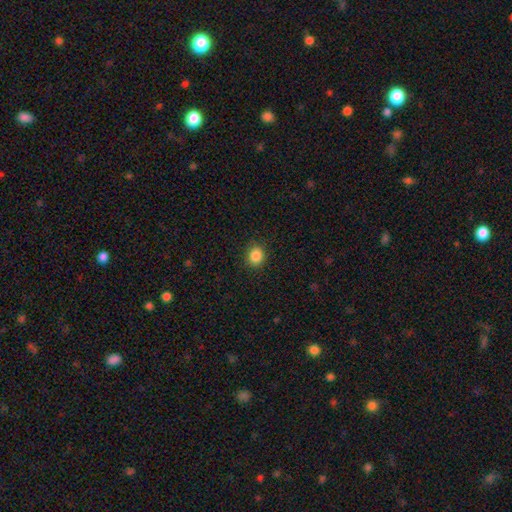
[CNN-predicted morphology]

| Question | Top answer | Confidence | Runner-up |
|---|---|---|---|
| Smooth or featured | smooth | 86% | star or artifact (10%) |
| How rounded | round | 70% | in between (29%) |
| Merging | none | 89% | minor disturbance (8%) |